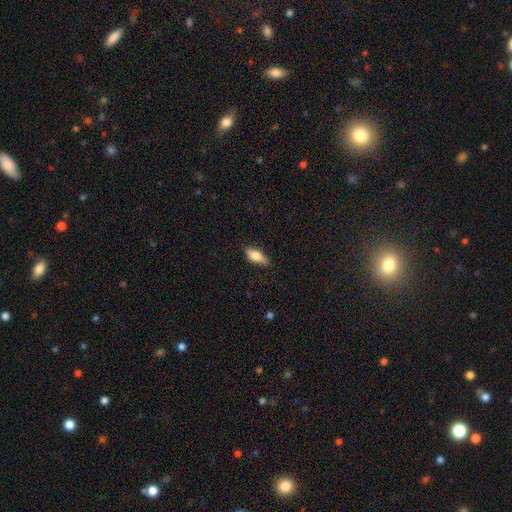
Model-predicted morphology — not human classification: Smooth or featured: smooth — 67% (featured or disk — 26%)
How rounded: in between — 66% (cigar-shaped — 30%)
Merging: none — 83% (minor disturbance — 13%)